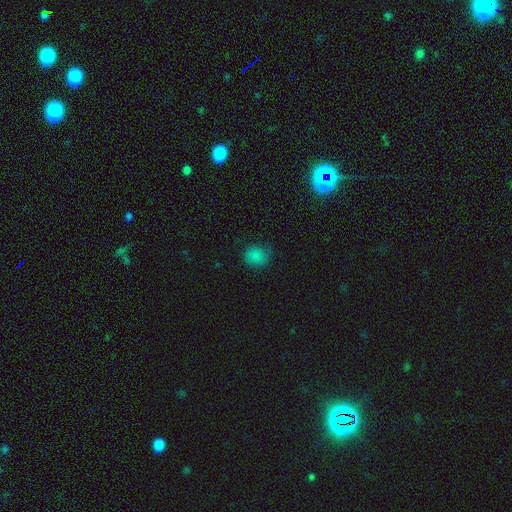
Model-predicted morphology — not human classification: smooth 77%, star or artifact 14%, featured or disk 9%. Down the decision tree: how rounded — round (70%); merging — none (64%).